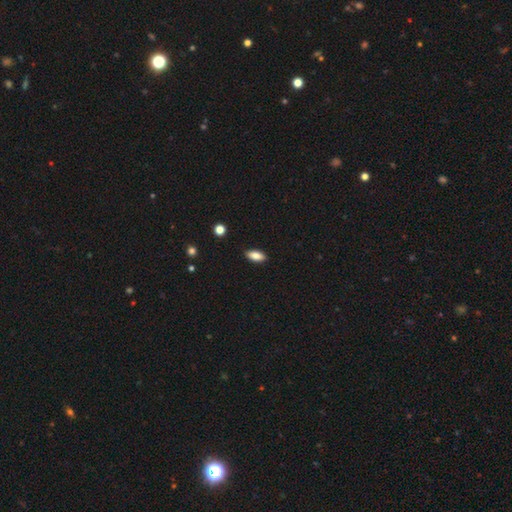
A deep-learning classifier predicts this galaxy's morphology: smooth 83%, featured or disk 10%, star or artifact 8%. Down the decision tree: how rounded — in between (86%); merging — none (88%).